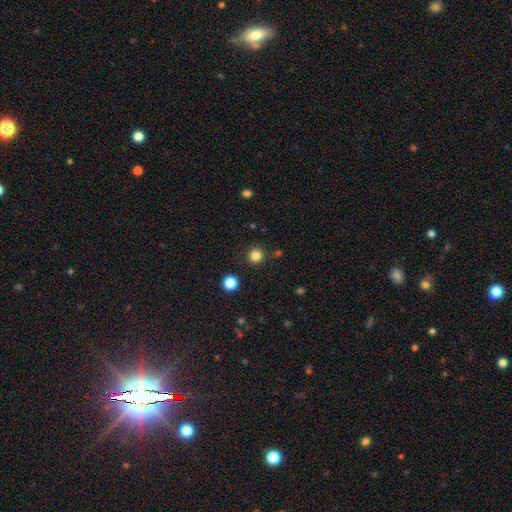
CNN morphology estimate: smooth 83%, star or artifact 13%, featured or disk 4%. Down the decision tree: how rounded — round (93%); merging — none (90%).